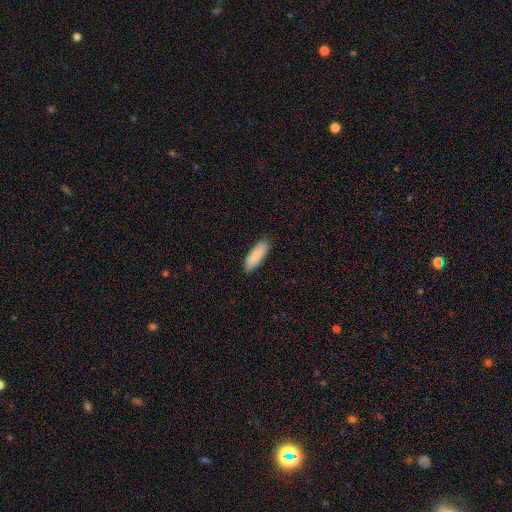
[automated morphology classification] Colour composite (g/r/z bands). It shows a smooth galaxy with no disk features (89%) that is in between round and cigar-shaped (56%). Merging: none (88%).